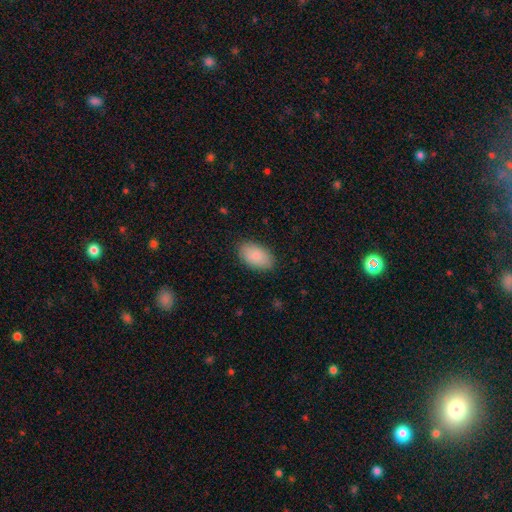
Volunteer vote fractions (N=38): smooth 89%, featured or disk 8%, star or artifact 3%. Down the decision tree: how rounded — in between (91%); merging — none (84%).